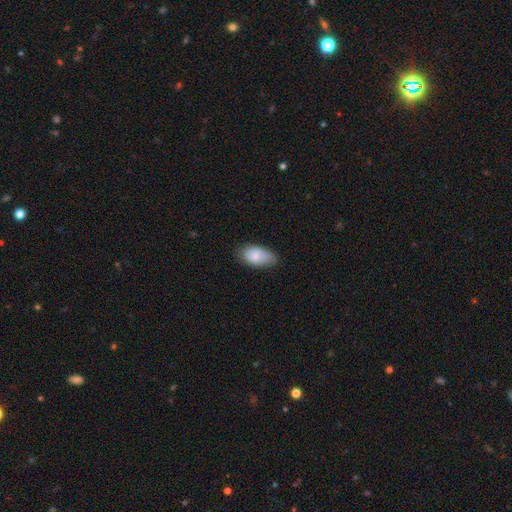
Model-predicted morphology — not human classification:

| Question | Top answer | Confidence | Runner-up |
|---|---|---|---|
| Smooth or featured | smooth | 81% | featured or disk (13%) |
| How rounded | in between | 93% | round (4%) |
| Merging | none | 69% | minor disturbance (25%) |